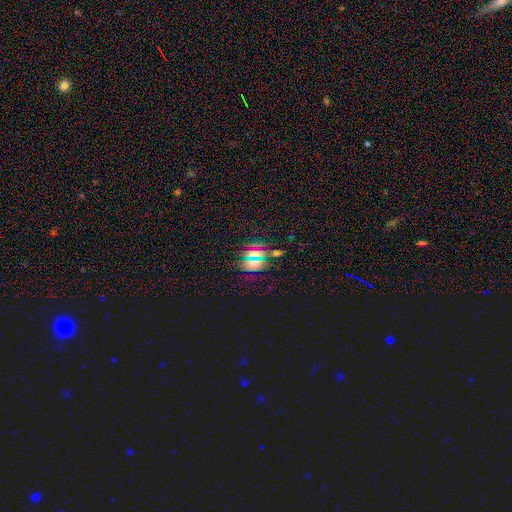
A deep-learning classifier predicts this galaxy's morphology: Smooth or featured?
  - star or artifact: 68% *
  - smooth: 20%
  - featured or disk: 12%